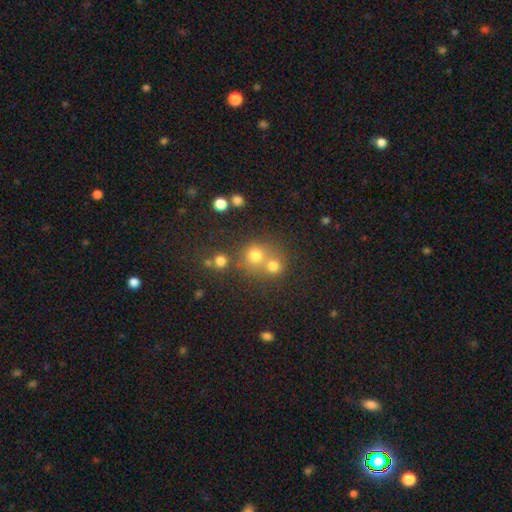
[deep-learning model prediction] smooth_or_featured: smooth (p=0.68) [alt: star or artifact p=0.20]
how_rounded: round (p=0.85) [alt: in between p=0.14]
merging: none (p=0.46) [alt: merger p=0.44]